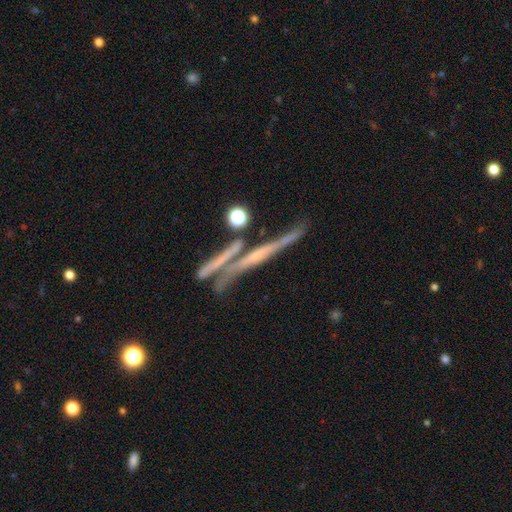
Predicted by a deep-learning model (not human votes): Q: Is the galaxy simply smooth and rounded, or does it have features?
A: featured or disk — 67%.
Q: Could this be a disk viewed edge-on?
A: yes — 91%.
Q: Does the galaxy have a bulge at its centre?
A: none — 69%.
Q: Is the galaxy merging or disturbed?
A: none — 57%.